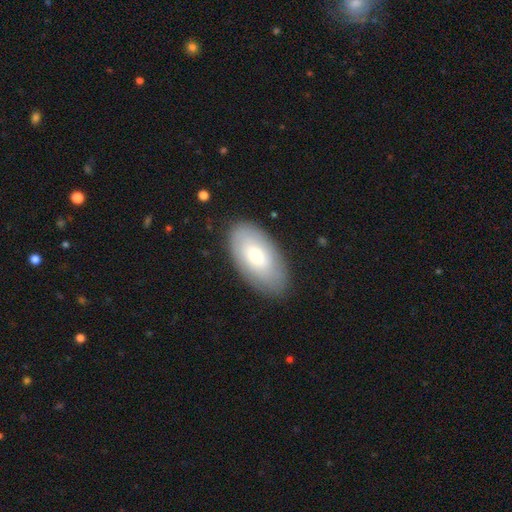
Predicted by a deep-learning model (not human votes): Smooth or featured? smooth (62%)
How rounded? in between (94%)
Merging? none (84%)